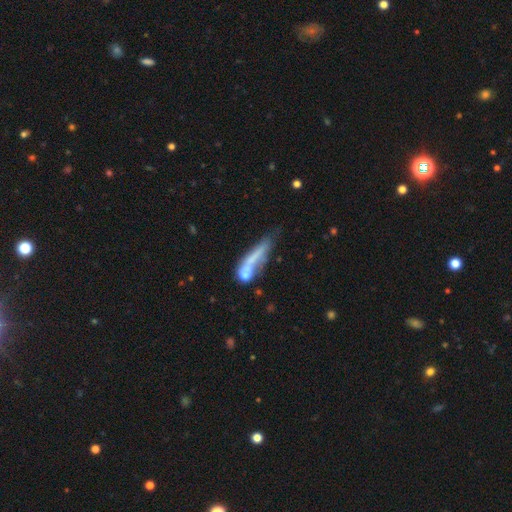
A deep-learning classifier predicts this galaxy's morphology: This is possibly a smooth galaxy (56%). How rounded: likely cigar-shaped (69%). Merging: marginally merger (30%).